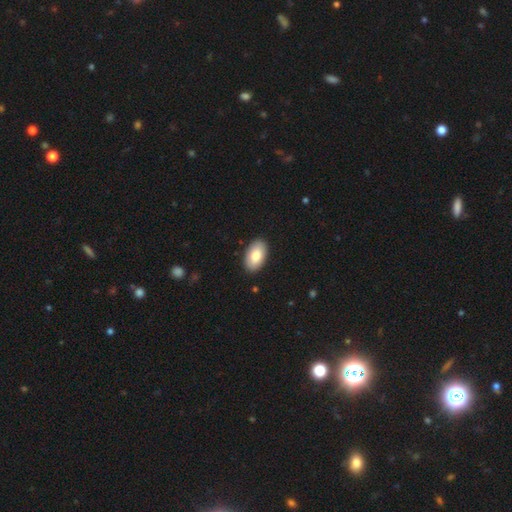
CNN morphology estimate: This is clearly a smooth galaxy (83%). How rounded: clearly in between (95%). Merging: clearly none (89%).